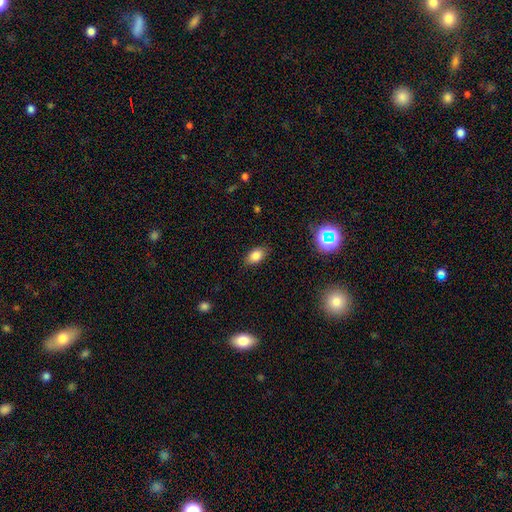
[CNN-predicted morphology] Smooth or featured? Predicted: smooth (p=0.82). How rounded? Predicted: in between (p=0.87). Merging? Predicted: none (p=0.86).